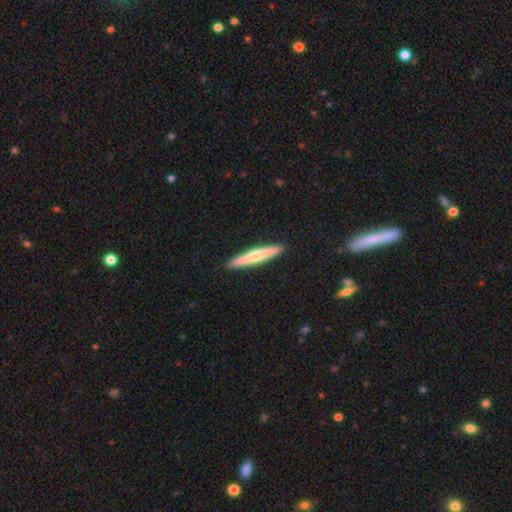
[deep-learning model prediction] Morphology: type=smooth (53%); roundness=cigar-shaped (94%); merging=none (92%).